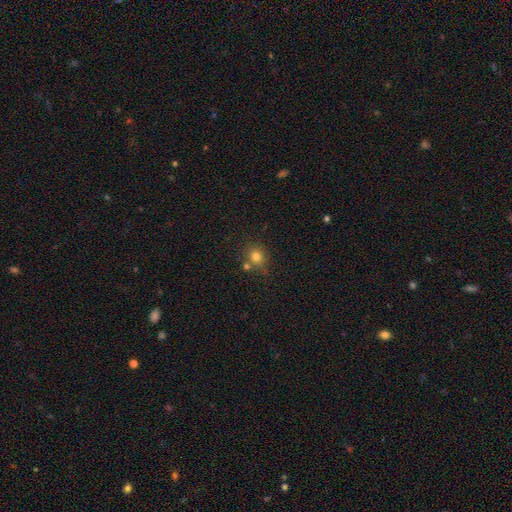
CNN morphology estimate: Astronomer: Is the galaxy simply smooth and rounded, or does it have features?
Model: smooth — 78%.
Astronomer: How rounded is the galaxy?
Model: round — 79%.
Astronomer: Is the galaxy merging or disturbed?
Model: none — 65%.